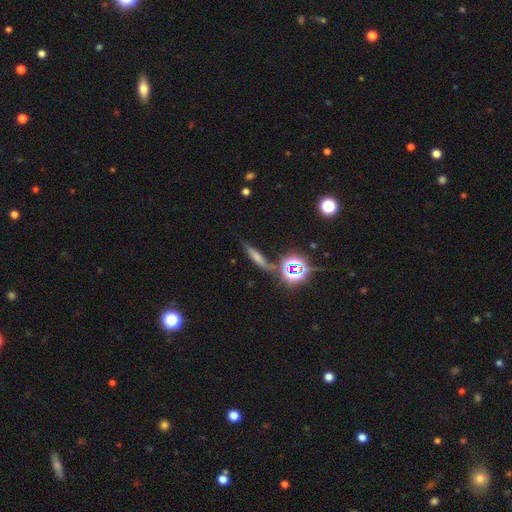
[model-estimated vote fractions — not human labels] Smooth or featured?
  - smooth: 47% *
  - star or artifact: 27%
  - featured or disk: 26%
Merging?
  - none: 71% *
  - minor disturbance: 14%
  - merger: 9%
  - major disturbance: 6%